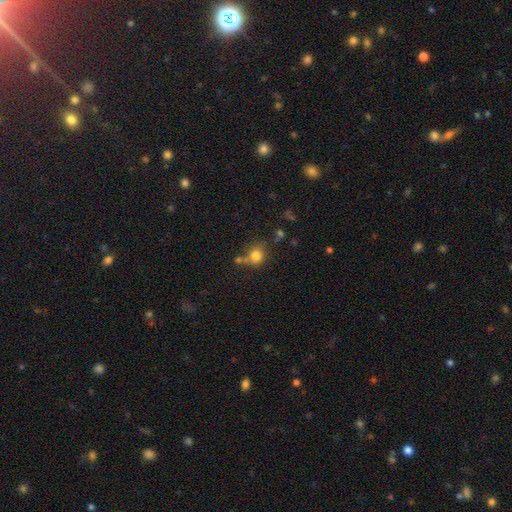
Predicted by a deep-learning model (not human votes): Smooth or featured: smooth — 80% (star or artifact — 12%)
How rounded: round — 83% (in between — 16%)
Merging: none — 59% (merger — 20%)